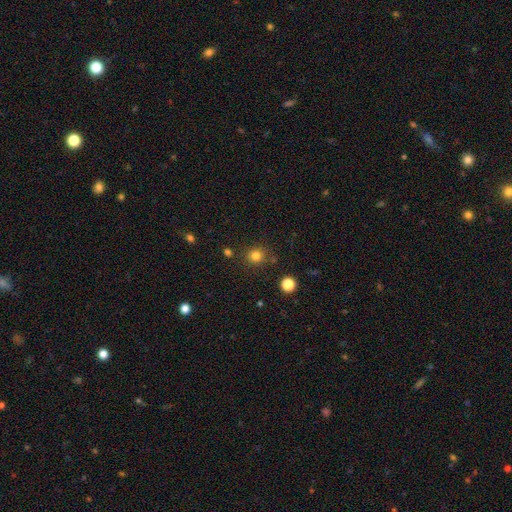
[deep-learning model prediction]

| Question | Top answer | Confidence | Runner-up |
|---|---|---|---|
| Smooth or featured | smooth | 80% | star or artifact (15%) |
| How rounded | round | 87% | in between (12%) |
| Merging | none | 83% | minor disturbance (9%) |